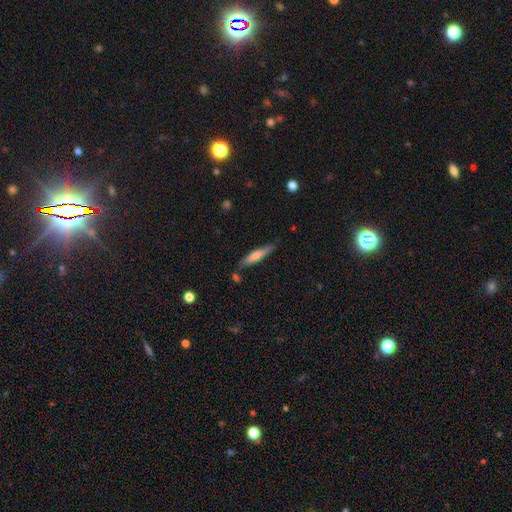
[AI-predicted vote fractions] This appears to be a smooth galaxy with no disk features (59%) that is cigar-shaped (88%). Merging: none (79%).